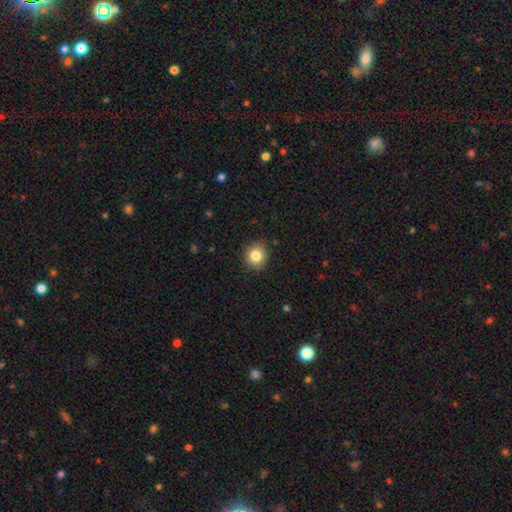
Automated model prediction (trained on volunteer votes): A smooth galaxy with no disk features (84%) that is round (87%).

Vote fractions:
- Smooth or featured? smooth: 84% / star or artifact: 10% / featured or disk: 6%
- How rounded? round: 87% / in between: 12% / cigar-shaped: 1%
- Merging? none: 88% / minor disturbance: 9% / major disturbance: 2% / merger: 1%